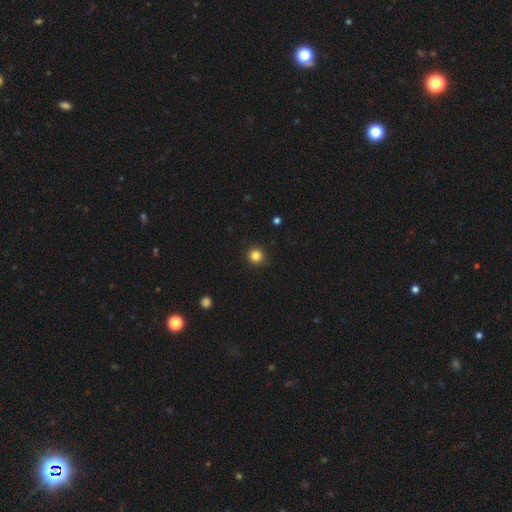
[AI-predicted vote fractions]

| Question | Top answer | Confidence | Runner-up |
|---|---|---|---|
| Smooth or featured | smooth | 84% | star or artifact (12%) |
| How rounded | round | 95% | in between (4%) |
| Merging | none | 91% | minor disturbance (6%) |